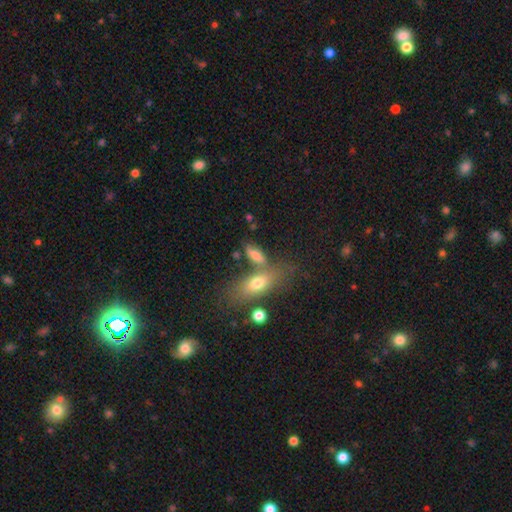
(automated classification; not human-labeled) Smooth or featured: smooth — 69% (featured or disk — 20%)
How rounded: in between — 65% (cigar-shaped — 29%)
Merging: none — 52% (merger — 26%)